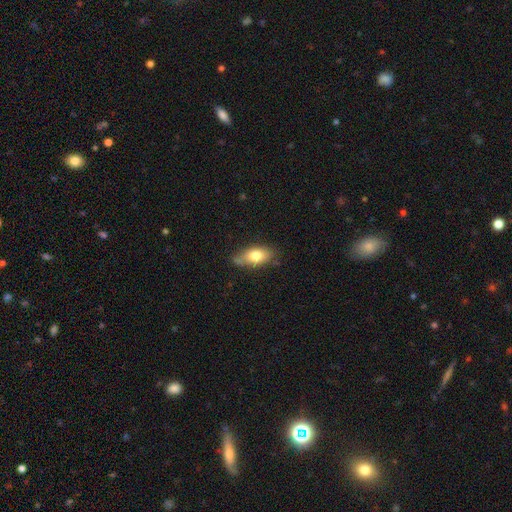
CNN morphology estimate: type=smooth (75%); roundness=in between (87%); merging=none (62%).